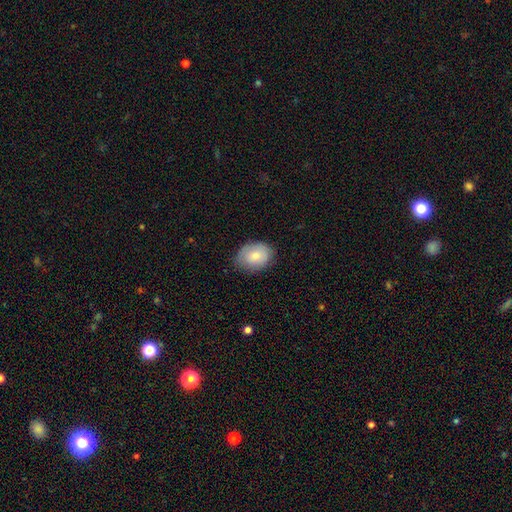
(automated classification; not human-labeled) A smooth galaxy with no disk features (80%) that is in between round and cigar-shaped (63%). Merging: none (76%).